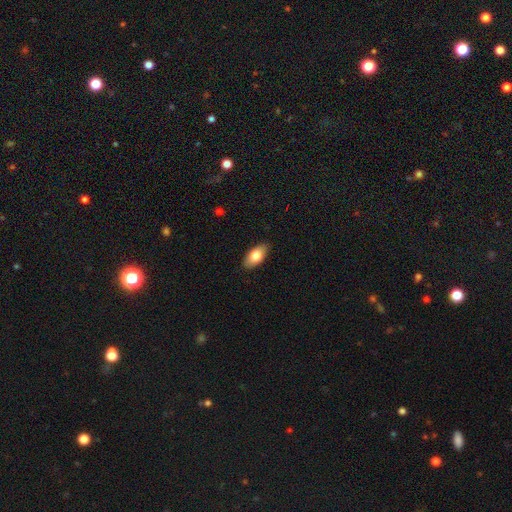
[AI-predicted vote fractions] Smooth or featured: smooth — 80% (featured or disk — 14%)
How rounded: in between — 92% (cigar-shaped — 5%)
Merging: none — 88% (minor disturbance — 9%)